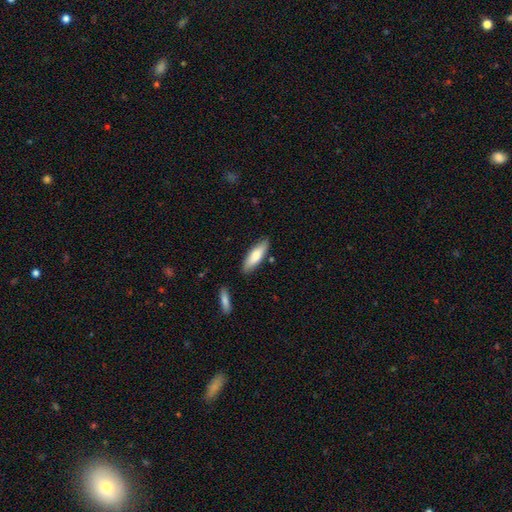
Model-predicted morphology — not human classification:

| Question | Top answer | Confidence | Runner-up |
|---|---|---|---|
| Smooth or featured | smooth | 77% | featured or disk (17%) |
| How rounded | cigar-shaped | 50% | in between (48%) |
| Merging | none | 84% | minor disturbance (11%) |